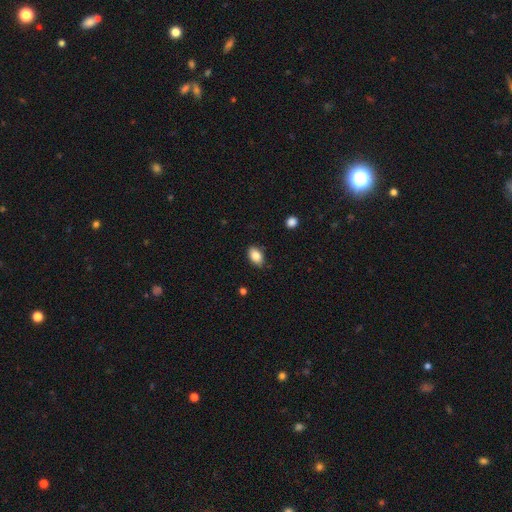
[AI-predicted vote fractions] smooth 85%, featured or disk 8%, star or artifact 8%. Down the decision tree: how rounded — in between (90%); merging — none (85%).